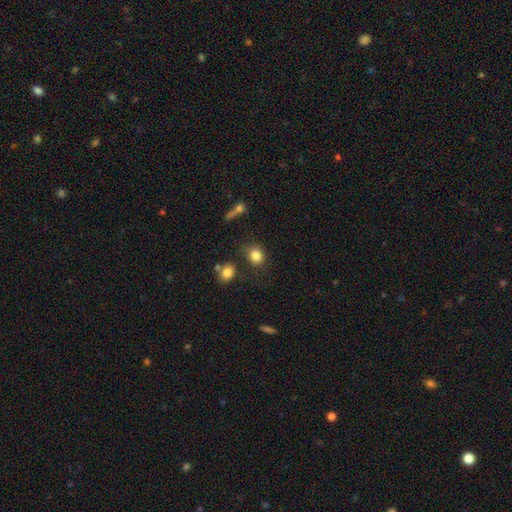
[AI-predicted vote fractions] Smooth or featured: smooth — 84% (star or artifact — 11%)
How rounded: round — 66% (in between — 33%)
Merging: none — 75% (minor disturbance — 13%)